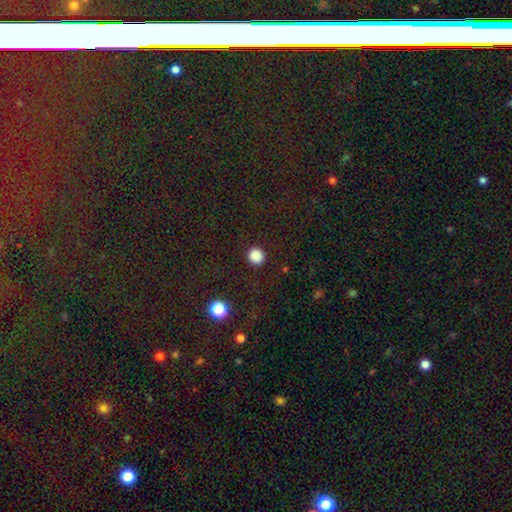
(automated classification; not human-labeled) smooth_or_featured: smooth (p=0.86) [alt: star or artifact p=0.11]
how_rounded: round (p=0.92) [alt: in between p=0.07]
merging: none (p=0.92) [alt: minor disturbance p=0.05]